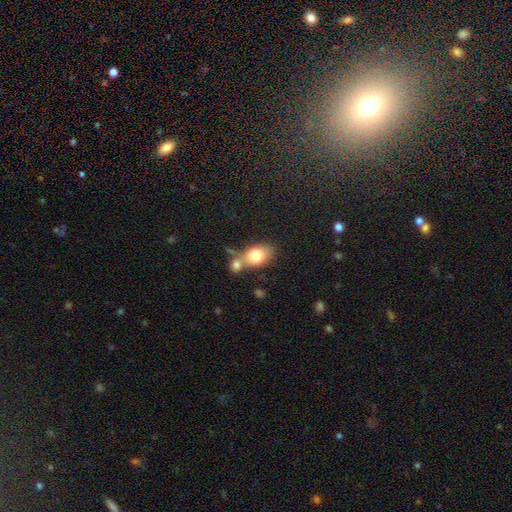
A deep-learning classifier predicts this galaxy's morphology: Smooth or featured: smooth — 77% (featured or disk — 15%)
How rounded: in between — 79% (round — 18%)
Merging: merger — 44% (none — 38%)